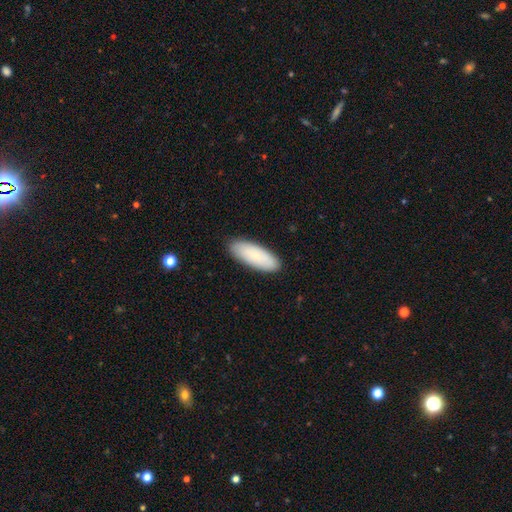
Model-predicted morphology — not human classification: Smooth or featured? smooth (83%)
How rounded? in between (73%)
Merging? none (88%)